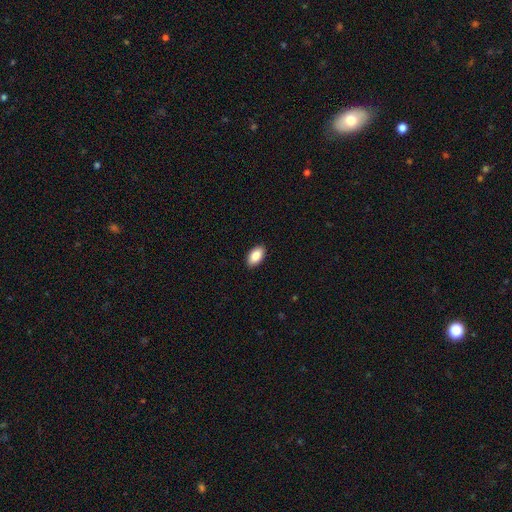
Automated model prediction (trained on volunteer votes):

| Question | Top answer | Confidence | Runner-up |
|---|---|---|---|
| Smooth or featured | smooth | 88% | star or artifact (7%) |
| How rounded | in between | 95% | round (4%) |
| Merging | none | 90% | minor disturbance (7%) |